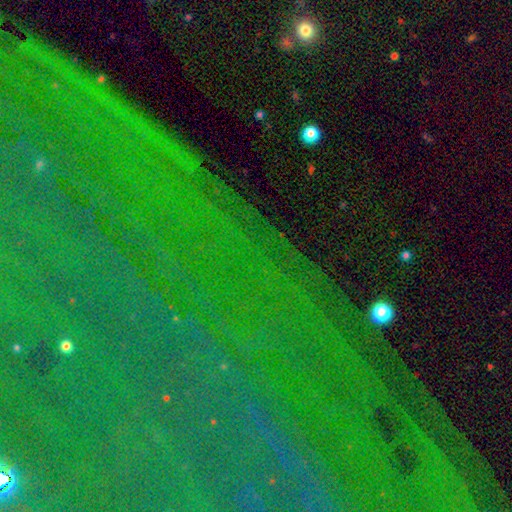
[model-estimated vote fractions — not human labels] Smooth or featured? Predicted: star or artifact (p=0.83).